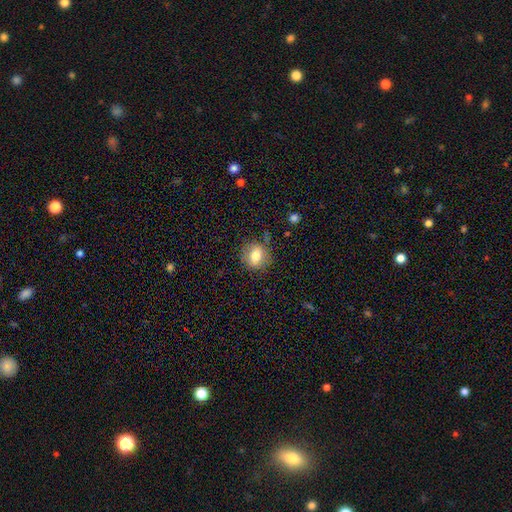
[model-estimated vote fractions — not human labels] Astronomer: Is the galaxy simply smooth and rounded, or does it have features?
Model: smooth — 74%.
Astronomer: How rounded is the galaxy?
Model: round — 65%.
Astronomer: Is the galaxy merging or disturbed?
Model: none — 77%.